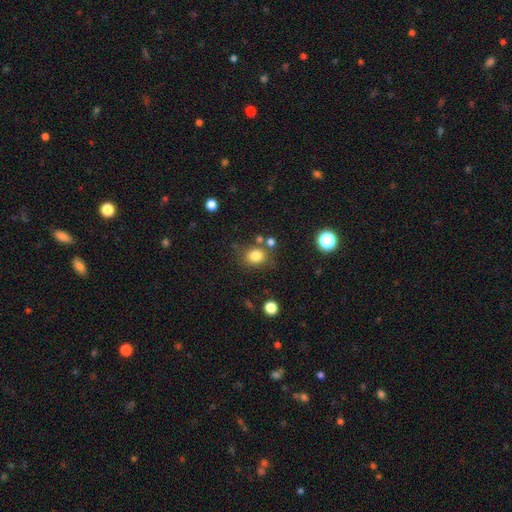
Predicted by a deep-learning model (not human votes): A smooth galaxy with no disk features (81%) that is round (67%).

Vote fractions:
- Smooth or featured? smooth: 81% / star or artifact: 12% / featured or disk: 7%
- How rounded? round: 67% / in between: 33% / cigar-shaped: 1%
- Merging? none: 72% / minor disturbance: 13% / merger: 10% / major disturbance: 5%